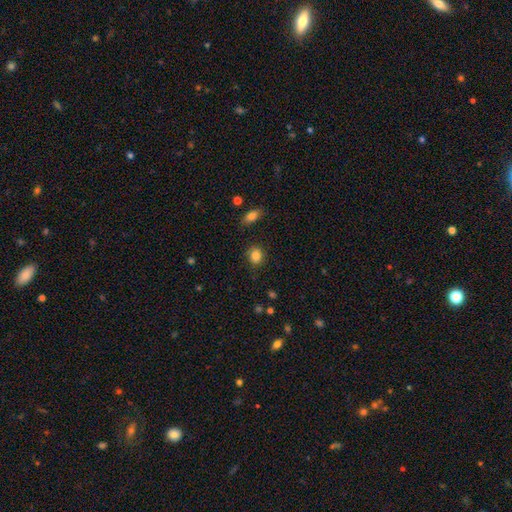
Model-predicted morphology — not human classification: A smooth galaxy with no disk features (85%) that is round (67%).

Vote fractions:
- Smooth or featured? smooth: 85% / star or artifact: 9% / featured or disk: 6%
- How rounded? round: 67% / in between: 31% / cigar-shaped: 1%
- Merging? none: 85% / minor disturbance: 10% / major disturbance: 3% / merger: 2%